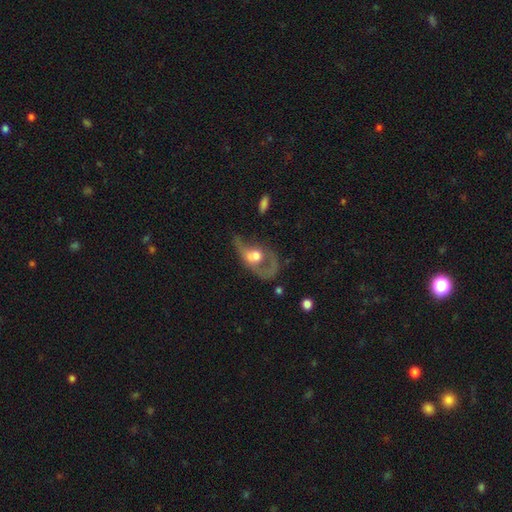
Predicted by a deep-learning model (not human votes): Smooth or featured? featured or disk (62%)
Edge-on disk? no (92%)
Bar? no (78%)
Spiral arms? no (52%)
Bulge size? moderate (59%)
Merging? major disturbance (45%)